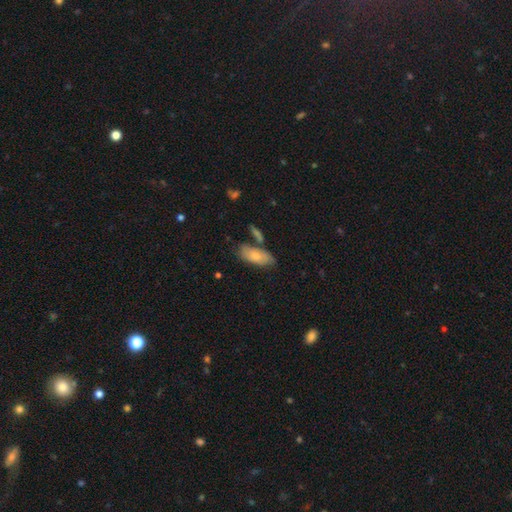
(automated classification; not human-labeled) smooth_or_featured: smooth (p=0.74) [alt: featured or disk p=0.20]
how_rounded: in between (p=0.87) [alt: cigar-shaped p=0.11]
merging: none (p=0.59) [alt: minor disturbance p=0.20]